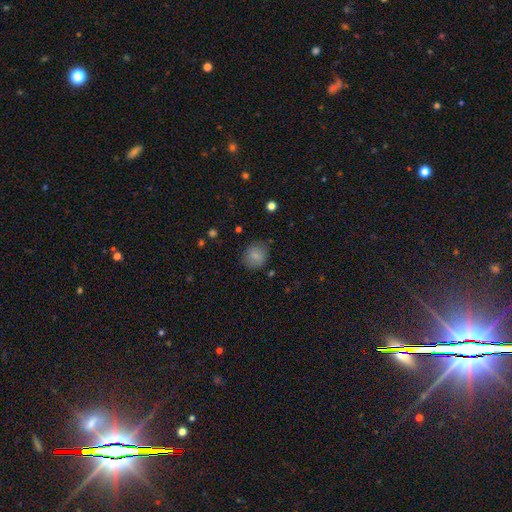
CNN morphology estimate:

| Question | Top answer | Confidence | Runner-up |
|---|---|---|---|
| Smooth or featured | smooth | 81% | featured or disk (10%) |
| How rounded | round | 74% | in between (25%) |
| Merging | none | 81% | minor disturbance (14%) |